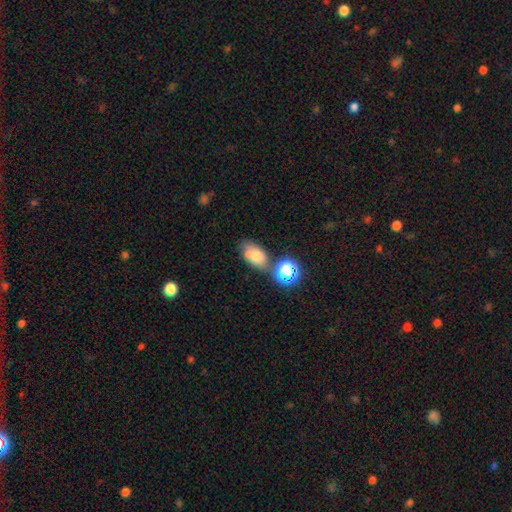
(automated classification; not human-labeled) smooth 69%, featured or disk 16%, star or artifact 15%. Down the decision tree: how rounded — in between (84%); merging — none (57%).